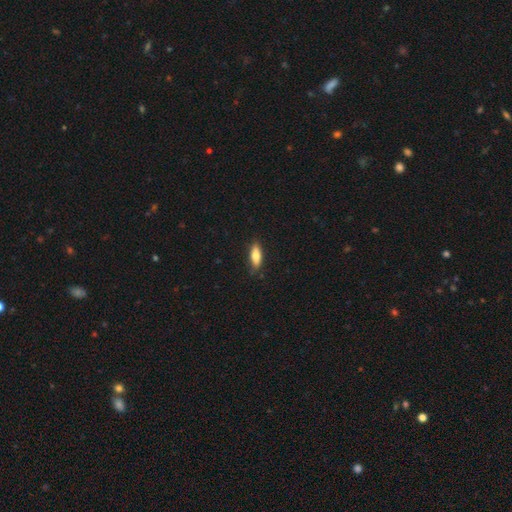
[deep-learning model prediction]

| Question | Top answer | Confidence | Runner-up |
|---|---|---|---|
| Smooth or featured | smooth | 74% | featured or disk (20%) |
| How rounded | in between | 61% | cigar-shaped (36%) |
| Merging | none | 83% | minor disturbance (14%) |